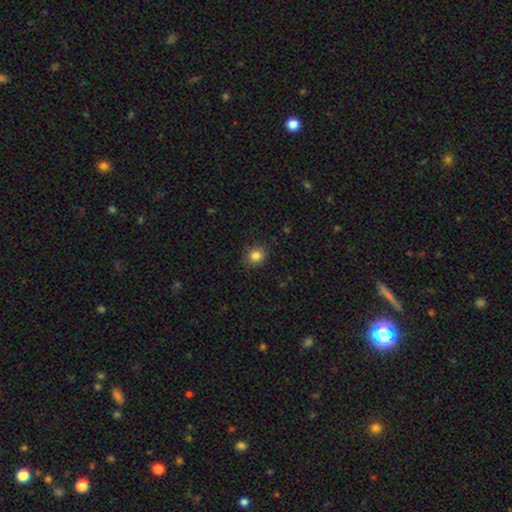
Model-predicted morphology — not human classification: Smooth or featured: smooth — 84% (star or artifact — 11%)
How rounded: round — 76% (in between — 23%)
Merging: none — 84% (minor disturbance — 12%)